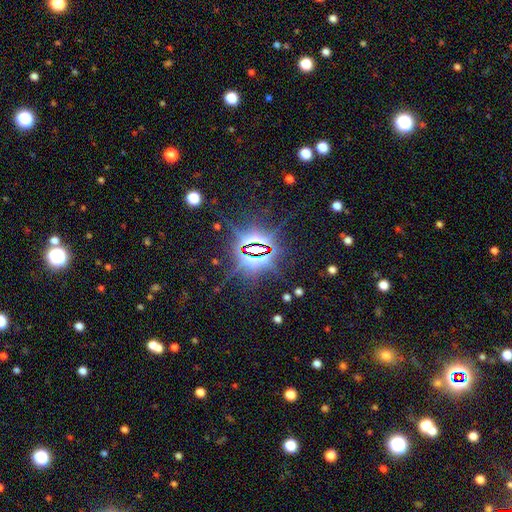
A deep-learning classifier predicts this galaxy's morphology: A star or artifact, not a galaxy (84%).

Vote fractions:
- Smooth or featured? star or artifact: 84% / featured or disk: 8% / smooth: 8%